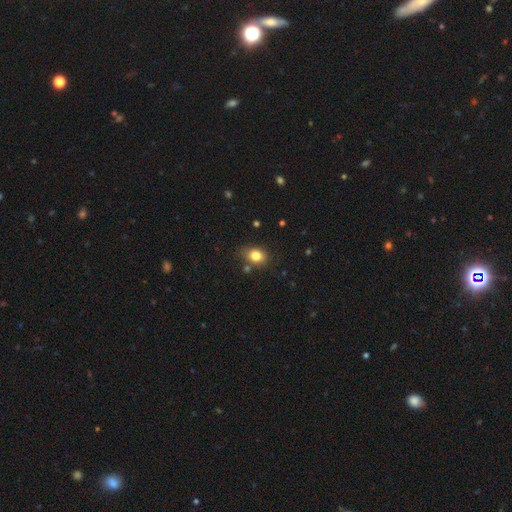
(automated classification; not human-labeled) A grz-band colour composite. It shows a smooth galaxy with no disk features (82%) that is in between round and cigar-shaped (58%). Merging: none (78%).